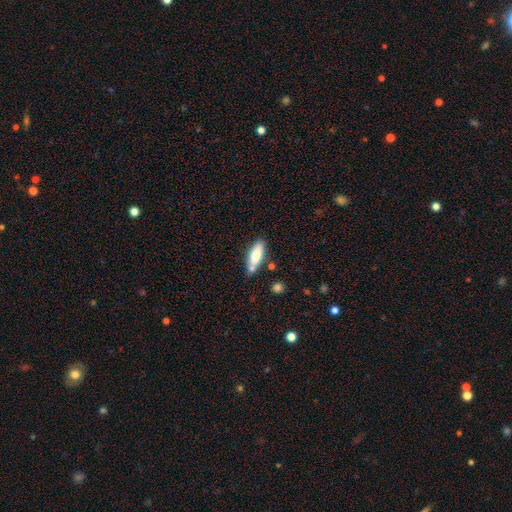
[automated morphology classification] smooth_or_featured: smooth (p=0.74) [alt: featured or disk p=0.20]
how_rounded: in between (p=0.52) [alt: cigar-shaped p=0.46]
merging: none (p=0.70) [alt: minor disturbance p=0.17]